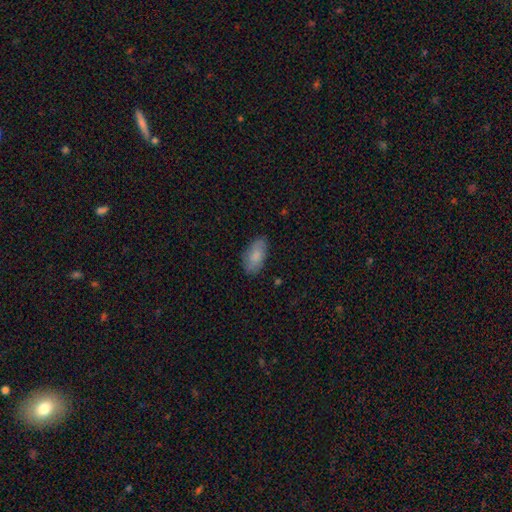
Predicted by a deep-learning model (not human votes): A smooth galaxy with no disk features (81%) that is in between round and cigar-shaped (93%). Merging: none (81%).